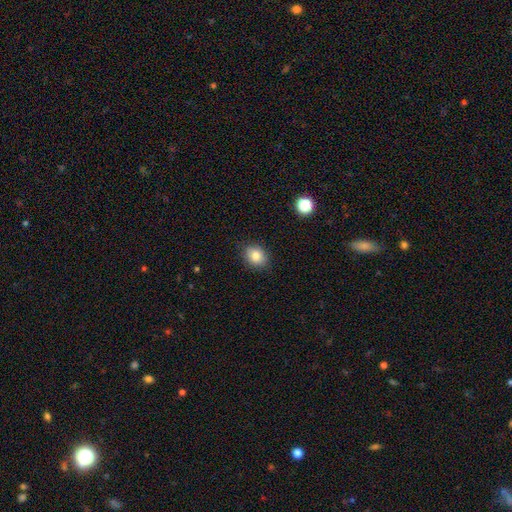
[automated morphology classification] This is clearly a smooth galaxy (81%). How rounded: possibly round (53%). Merging: clearly none (86%).